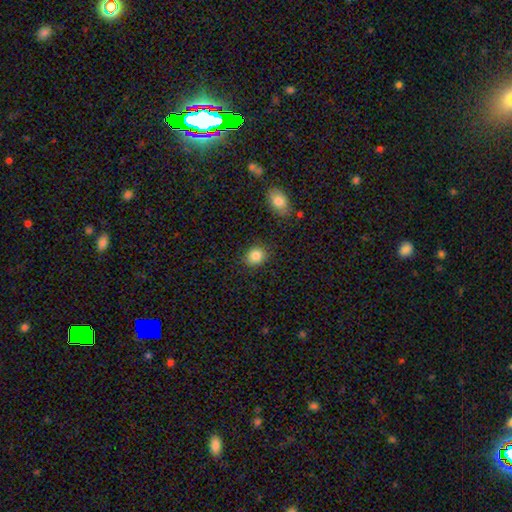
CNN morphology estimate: This appears to be a smooth galaxy with no disk features (85%) that is round (63%). Merging: none (85%).